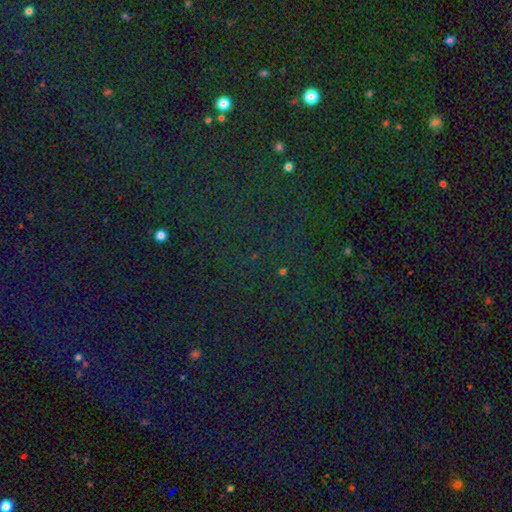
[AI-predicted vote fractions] This is clearly a star or artifact rather than a galaxy (81%).